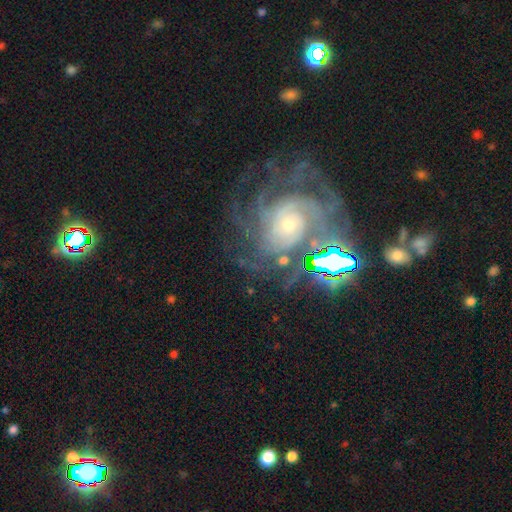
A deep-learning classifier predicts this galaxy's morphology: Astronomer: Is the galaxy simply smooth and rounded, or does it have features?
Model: featured or disk — 81%.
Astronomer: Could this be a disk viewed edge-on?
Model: no — 97%.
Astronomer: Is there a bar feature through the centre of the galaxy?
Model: no — 72%.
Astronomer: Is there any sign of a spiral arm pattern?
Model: yes — 96%.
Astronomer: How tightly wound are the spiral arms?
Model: tight — 67%.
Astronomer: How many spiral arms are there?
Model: can't tell — 31% (runner-up: 4, 20%).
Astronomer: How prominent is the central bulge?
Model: small — 67%.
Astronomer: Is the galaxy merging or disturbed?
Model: none — 68%.